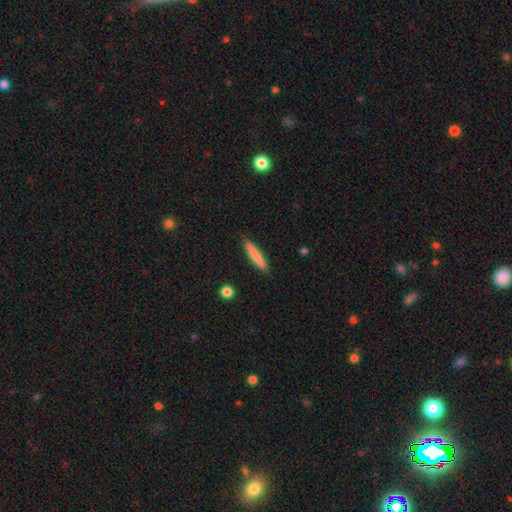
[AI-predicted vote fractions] smooth_or_featured: smooth (p=0.80) [alt: featured or disk p=0.15]
how_rounded: cigar-shaped (p=0.91) [alt: in between p=0.08]
merging: none (p=0.88) [alt: minor disturbance p=0.09]